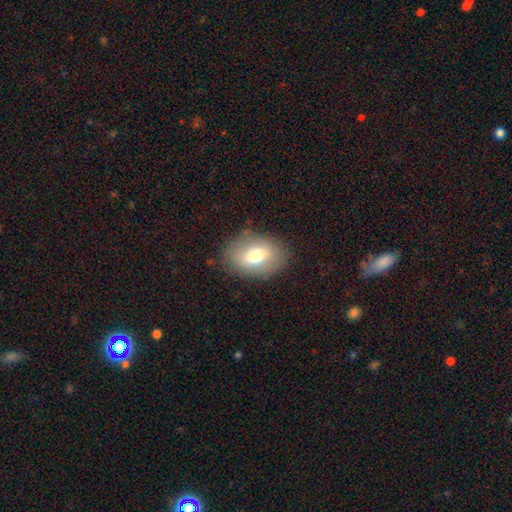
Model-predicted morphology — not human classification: smooth-or-featured: smooth: 69% | featured or disk: 22% | star or artifact: 9%
  how-rounded: in between: 79% | round: 20% | cigar-shaped: 1%
  merging: none: 80% | minor disturbance: 14% | major disturbance: 5% | merger: 1%